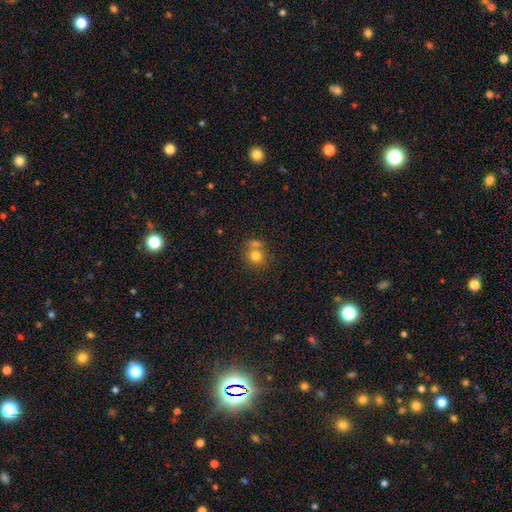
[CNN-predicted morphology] smooth-or-featured: smooth: 78% | featured or disk: 11% | star or artifact: 11%
  how-rounded: round: 77% | in between: 22% | cigar-shaped: 1%
  merging: none: 48% | merger: 36% | minor disturbance: 11% | major disturbance: 4%